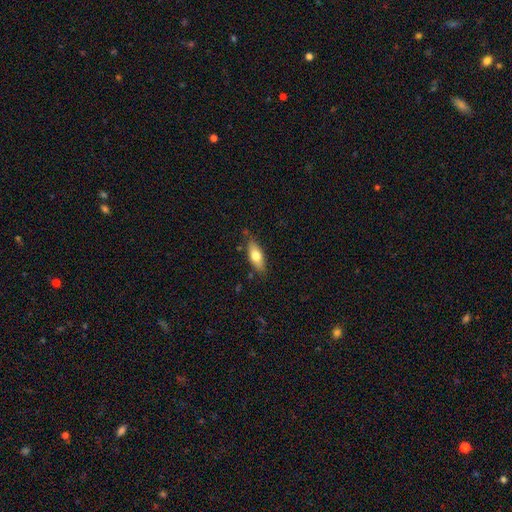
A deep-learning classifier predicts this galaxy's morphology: A smooth galaxy with no disk features (67%) that is in between round and cigar-shaped (74%).

Vote fractions:
- Smooth or featured? smooth: 67% / featured or disk: 27% / star or artifact: 6%
- How rounded? in between: 74% / cigar-shaped: 23% / round: 3%
- Merging? none: 79% / minor disturbance: 16% / major disturbance: 3% / merger: 2%